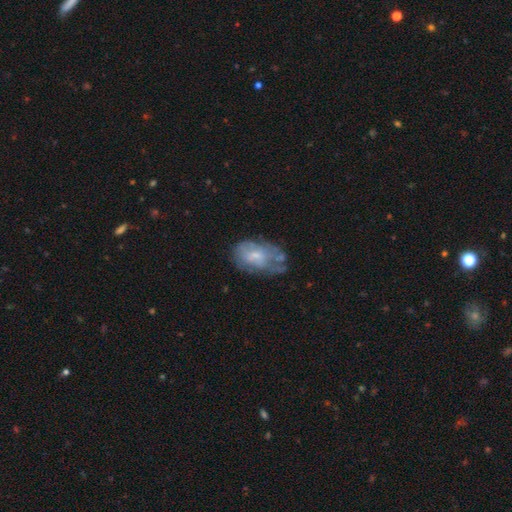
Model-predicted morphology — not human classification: This appears to be a featured or disk galaxy (49%). Merging: none (39%).